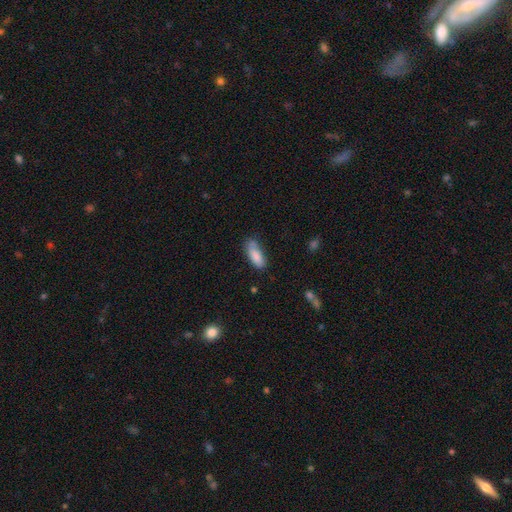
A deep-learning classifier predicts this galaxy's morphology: type=smooth (85%); roundness=in between (75%); merging=none (56%).